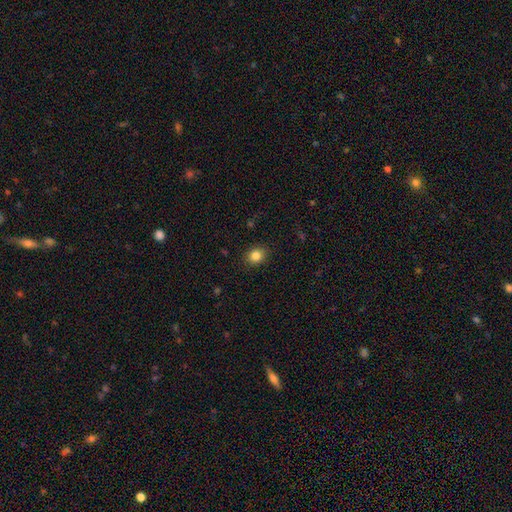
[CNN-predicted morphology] Overall: smooth (84%). How rounded: round (68%; in between 31%). Merging: none (89%).